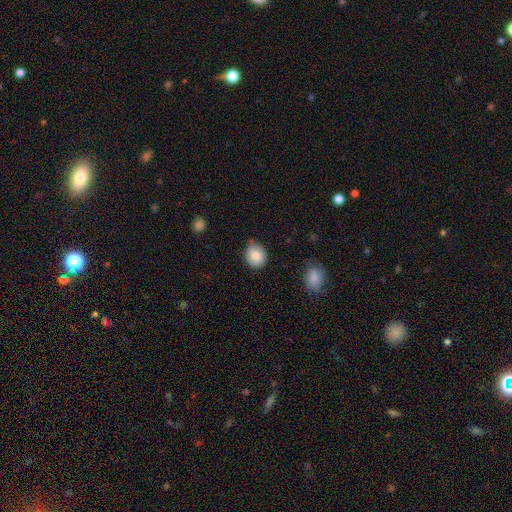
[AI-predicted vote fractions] A smooth galaxy with no disk features (84%) that is round (72%). Merging: none (83%).